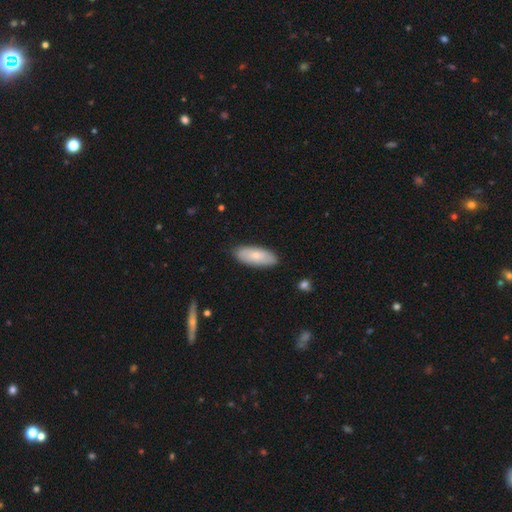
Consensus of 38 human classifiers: smooth-or-featured: smooth: 71% | featured or disk: 24% | star or artifact: 5%
  how-rounded: in between: 85% | cigar-shaped: 15% | round: 0%
  merging: none: 81% | minor disturbance: 17% | merger: 3% | major disturbance: 0%